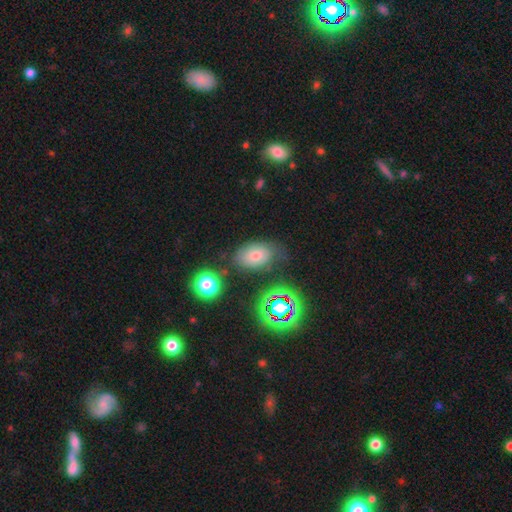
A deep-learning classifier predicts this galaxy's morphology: Smooth or featured? smooth (59%)
How rounded? in between (84%)
Merging? none (65%)